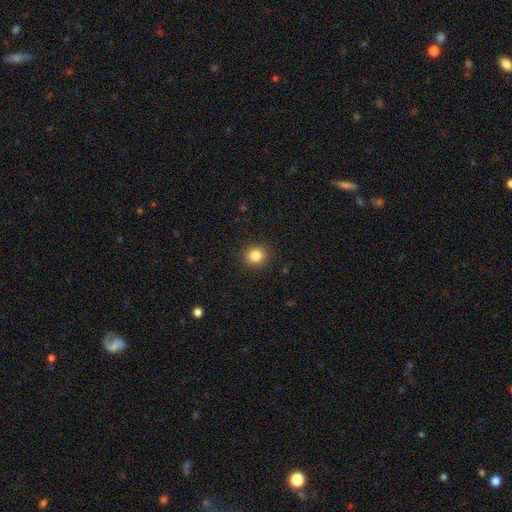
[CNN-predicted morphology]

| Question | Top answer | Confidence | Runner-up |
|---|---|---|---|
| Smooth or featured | smooth | 84% | star or artifact (11%) |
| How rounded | round | 88% | in between (11%) |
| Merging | none | 91% | minor disturbance (6%) |